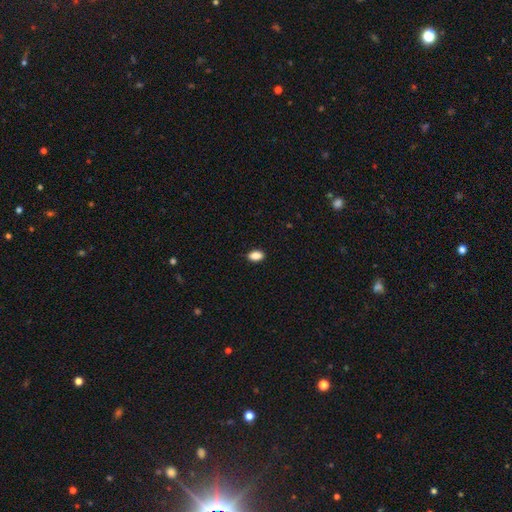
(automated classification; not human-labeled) Overall: smooth (88%). How rounded: in between (87%). Merging: none (89%).